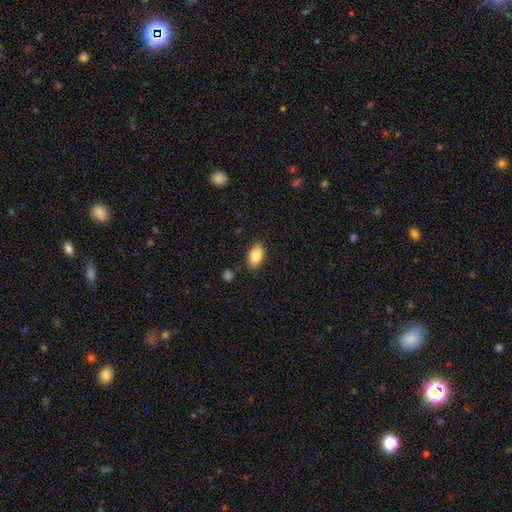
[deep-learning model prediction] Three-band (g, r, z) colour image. It shows a smooth galaxy with no disk features (85%) that is in between round and cigar-shaped (91%). Merging: none (85%).